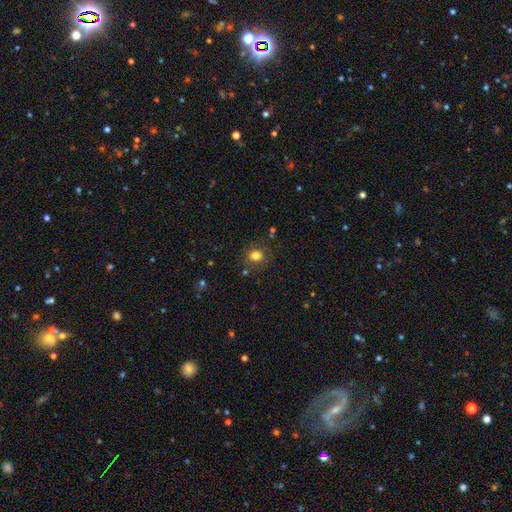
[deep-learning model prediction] The model was most divided on "how rounded": round: 72%, in between: 27%, cigar-shaped: 1%. More confident: merging — none (81%); smooth or featured — smooth (80%).